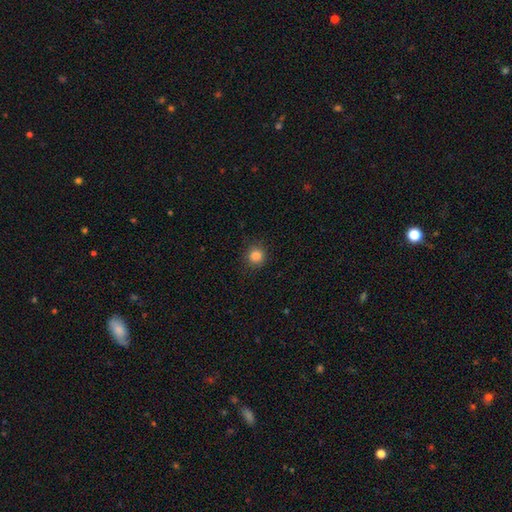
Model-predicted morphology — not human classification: smooth-or-featured: smooth: 85% | star or artifact: 11% | featured or disk: 3%
  how-rounded: round: 91% | in between: 8% | cigar-shaped: 1%
  merging: none: 88% | minor disturbance: 8% | major disturbance: 3% | merger: 1%